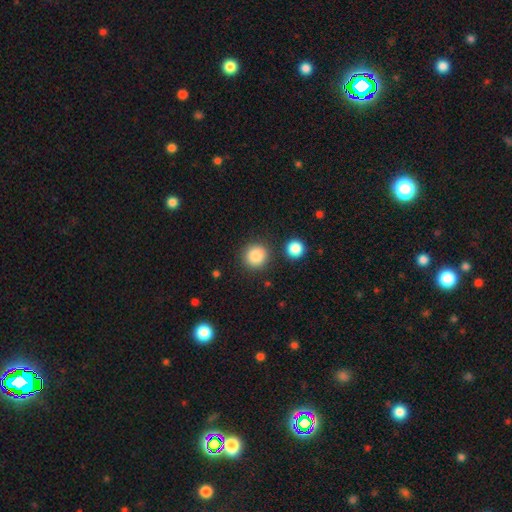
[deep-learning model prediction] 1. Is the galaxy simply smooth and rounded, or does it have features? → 86% smooth, 9% star or artifact, 4% featured or disk.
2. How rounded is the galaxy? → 93% round, 6% in between, 1% cigar-shaped.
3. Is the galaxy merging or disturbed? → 86% none, 7% minor disturbance, 5% merger, 3% major disturbance.